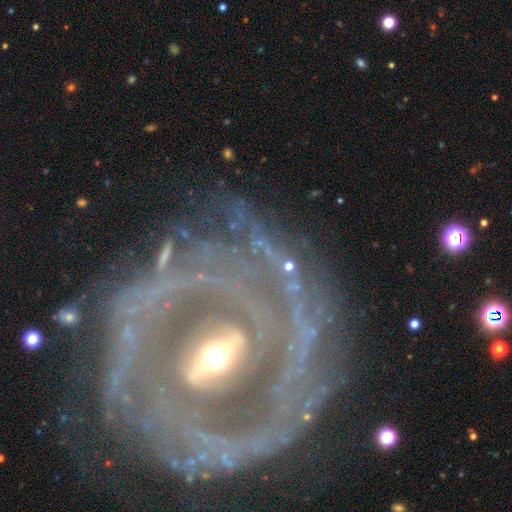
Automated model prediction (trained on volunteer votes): Smooth or featured? Predicted: featured or disk (p=0.90). Edge-on disk? Predicted: no (p=0.96). Bar? Predicted: strong (p=0.45). Spiral arms? Predicted: yes (p=0.91). Spiral winding? Predicted: tight (p=0.71). Spiral arm count? Predicted: 2 (p=0.38). Bulge size? Predicted: moderate (p=0.57). Merging? Predicted: none (p=0.75).